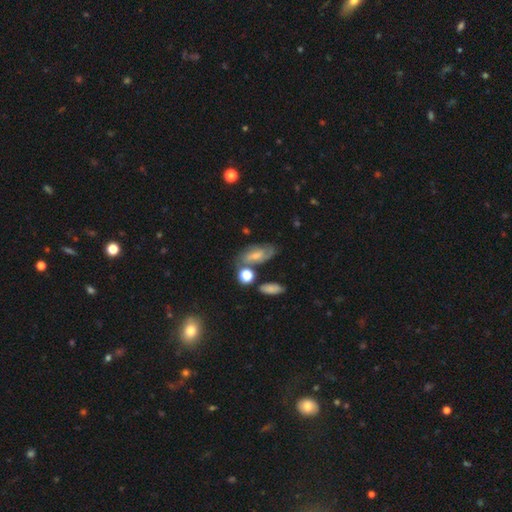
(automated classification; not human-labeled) The model was most divided on "smooth or featured": featured or disk: 54%, smooth: 35%, star or artifact: 11%. More confident: edge-on disk — no (92%); merging — none (58%).